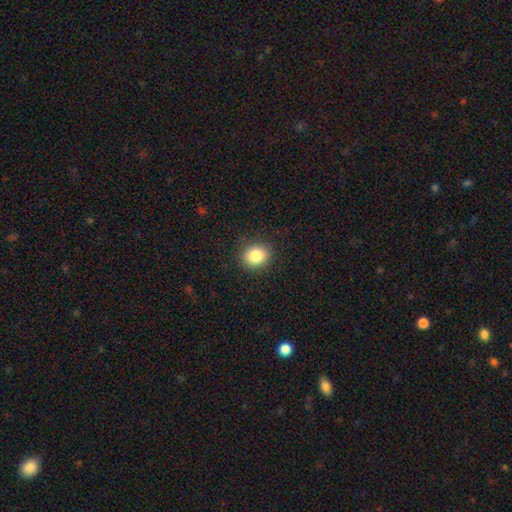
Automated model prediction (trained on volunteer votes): Morphology: type=smooth (84%); roundness=round (76%); merging=none (90%).